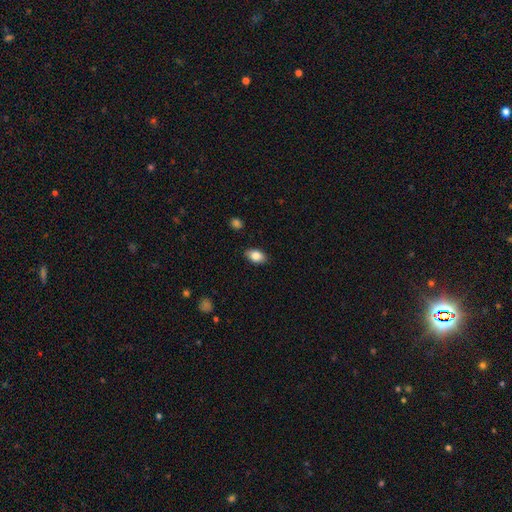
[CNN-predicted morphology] smooth_or_featured: smooth (p=0.85) [alt: star or artifact p=0.08]
how_rounded: in between (p=0.88) [alt: round p=0.10]
merging: none (p=0.85) [alt: minor disturbance p=0.12]